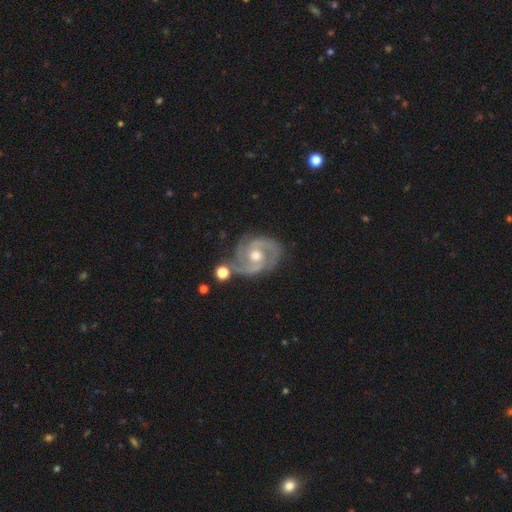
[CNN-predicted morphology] A featured or disk galaxy (91%) with no bar (58%), 2 (79%) medium (46%, tied with tight) spiral arms (98%) and a moderate central bulge (74%).

Vote fractions:
- Smooth or featured? featured or disk: 91% / smooth: 5% / star or artifact: 4%
- Edge-on disk? no: 98% / yes: 2%
- Bar? no: 58% / weak: 33% / strong: 9%
- Spiral arms? yes: 98% / no: 2%
- Spiral winding? medium: 46% (tied) / tight: 46% (tied) / loose: 8%
- Spiral arm count? 2: 79% / 3: 12% / can't tell: 4% / 1: 2% / 4: 2% / more than 4: 2%
- Bulge size? moderate: 74% / small: 15% / large: 8% / none: 1% / dominant: 1%
- Merging? none: 69% / minor disturbance: 19% / major disturbance: 6% / merger: 6%